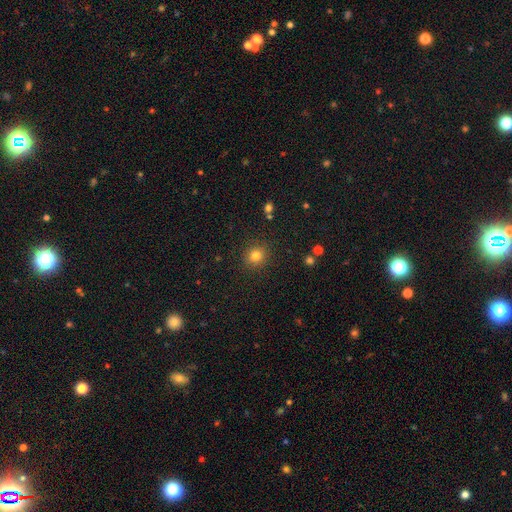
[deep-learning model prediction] A smooth galaxy with no disk features (81%) that is round (84%).

Vote fractions:
- Smooth or featured? smooth: 81% / star or artifact: 13% / featured or disk: 6%
- How rounded? round: 84% / in between: 15% / cigar-shaped: 1%
- Merging? none: 89% / minor disturbance: 7% / major disturbance: 2% / merger: 2%